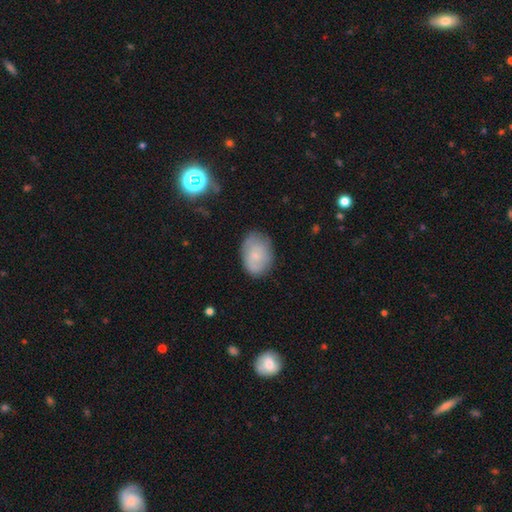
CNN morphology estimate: A smooth galaxy with no disk features (60%) that is in between round and cigar-shaped (78%).

Vote fractions:
- Smooth or featured? smooth: 60% / featured or disk: 31% / star or artifact: 9%
- How rounded? in between: 78% / round: 21% / cigar-shaped: 1%
- Merging? none: 72% / minor disturbance: 21% / major disturbance: 6% / merger: 2%